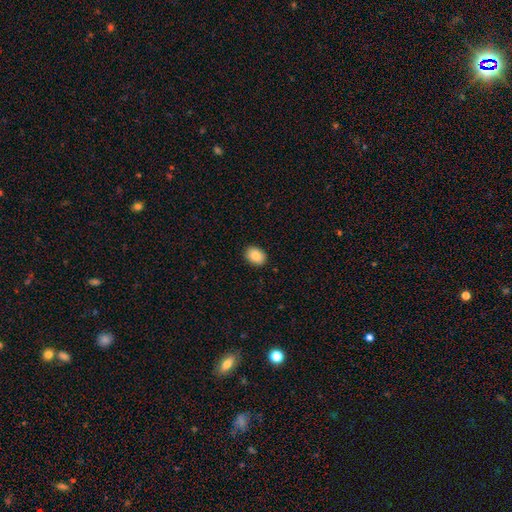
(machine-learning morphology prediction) Smooth or featured? Predicted: smooth (p=0.88). How rounded? Predicted: in between (p=0.71). Merging? Predicted: none (p=0.90).